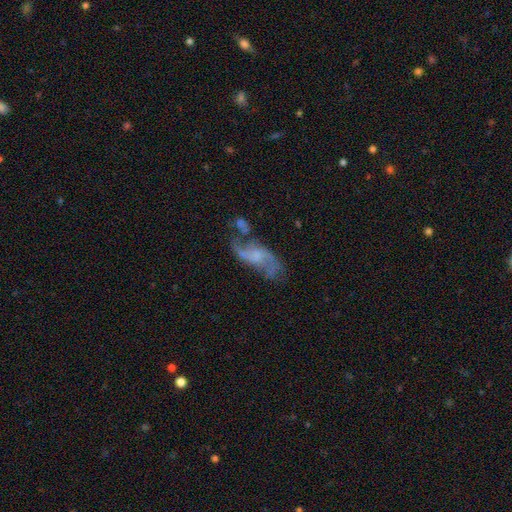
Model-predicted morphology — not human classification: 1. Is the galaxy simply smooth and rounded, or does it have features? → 77% featured or disk, 15% smooth, 8% star or artifact.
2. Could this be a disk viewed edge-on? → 93% no, 7% yes.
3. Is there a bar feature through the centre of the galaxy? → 54% no, 39% weak, 8% strong.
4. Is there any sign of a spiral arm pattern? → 88% yes, 12% no.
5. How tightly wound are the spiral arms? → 64% loose, 29% medium, 7% tight.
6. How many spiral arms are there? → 80% 2, 8% can't tell, 4% 3, 4% 1, 2% 4, 2% more than 4.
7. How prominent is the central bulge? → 39% small, 30% none, 25% moderate, 4% large, 1% dominant.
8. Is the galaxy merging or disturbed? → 45% none, 20% minor disturbance, 20% major disturbance, 15% merger.